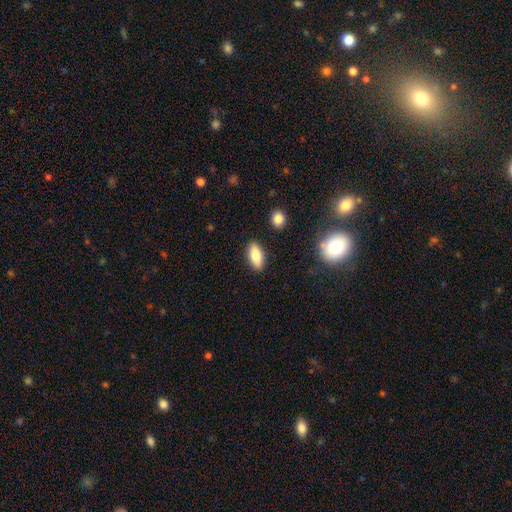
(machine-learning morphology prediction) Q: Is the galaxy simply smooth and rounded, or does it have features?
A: smooth — 80%.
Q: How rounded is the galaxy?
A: in between — 86%.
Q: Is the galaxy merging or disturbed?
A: none — 87%.